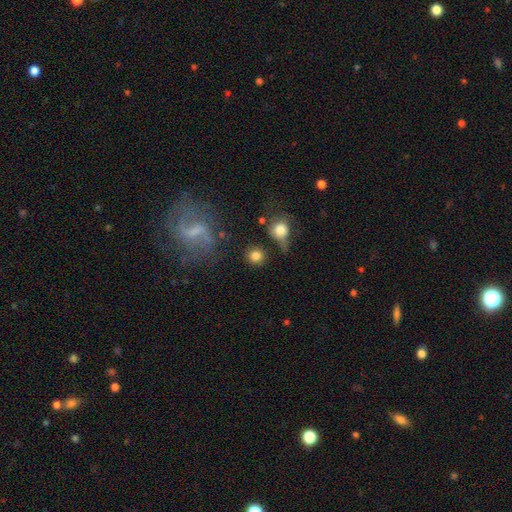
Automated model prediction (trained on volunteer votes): A smooth galaxy with no disk features (80%) that is round (90%). Merging: none (74%).